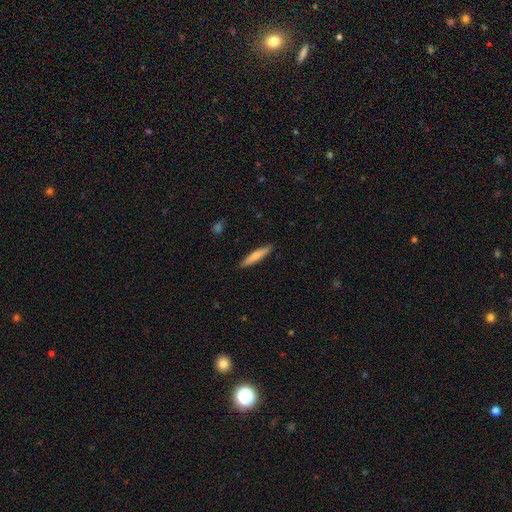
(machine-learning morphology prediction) A smooth galaxy with no disk features (73%) that is cigar-shaped (91%).

Vote fractions:
- Smooth or featured? smooth: 73% / featured or disk: 22% / star or artifact: 5%
- How rounded? cigar-shaped: 91% / in between: 8% / round: 1%
- Merging? none: 90% / minor disturbance: 7% / major disturbance: 1% / merger: 1%